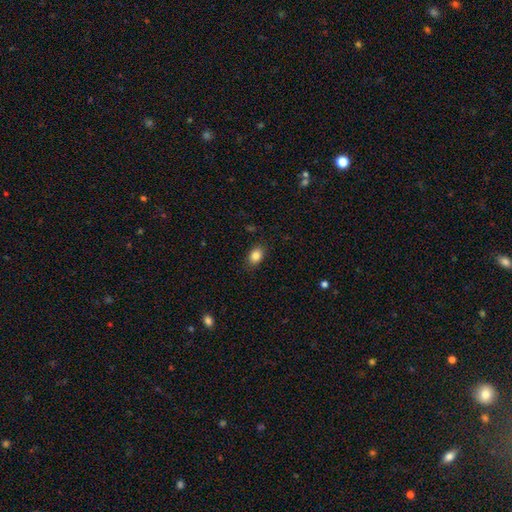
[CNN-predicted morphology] A smooth galaxy with no disk features (86%) that is in between round and cigar-shaped (80%).

Vote fractions:
- Smooth or featured? smooth: 86% / star or artifact: 9% / featured or disk: 6%
- How rounded? in between: 80% / round: 19% / cigar-shaped: 1%
- Merging? none: 86% / minor disturbance: 10% / major disturbance: 3% / merger: 1%